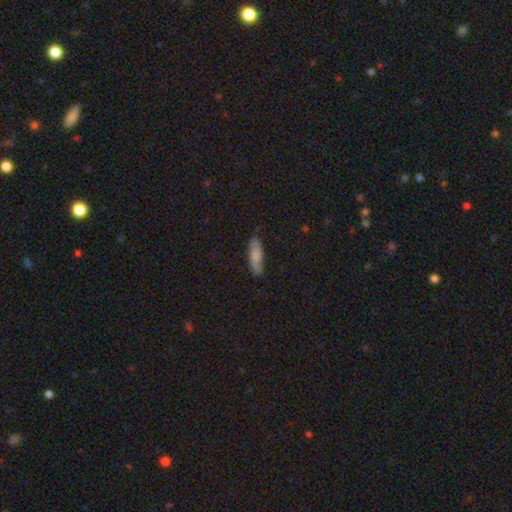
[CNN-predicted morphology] Smooth or featured: smooth — 72% (featured or disk — 21%)
How rounded: in between — 50% (cigar-shaped — 48%)
Merging: none — 76% (minor disturbance — 19%)